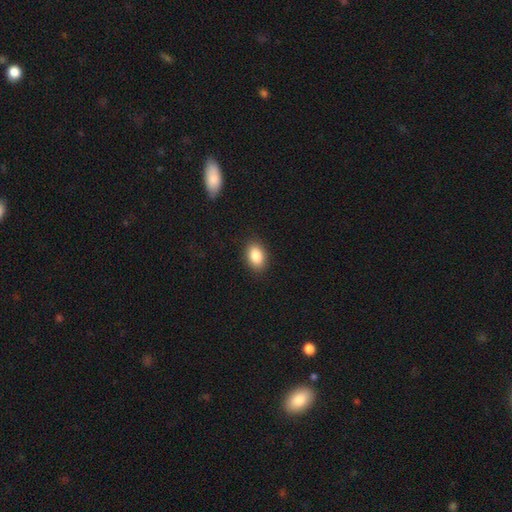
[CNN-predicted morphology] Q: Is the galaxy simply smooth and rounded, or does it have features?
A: smooth — 87%.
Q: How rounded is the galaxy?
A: in between — 85%.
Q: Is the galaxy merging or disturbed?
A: none — 89%.